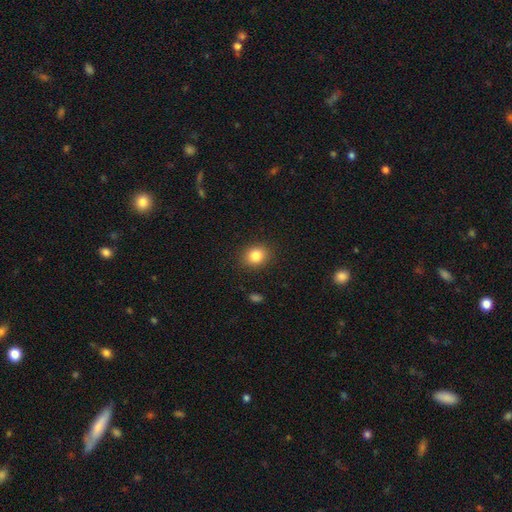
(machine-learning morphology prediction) Smooth or featured?
  - smooth: 84% *
  - star or artifact: 10%
  - featured or disk: 6%
How rounded?
  - round: 61% *
  - in between: 38%
  - cigar-shaped: 1%
Merging?
  - none: 88% *
  - minor disturbance: 8%
  - major disturbance: 3%
  - merger: 1%